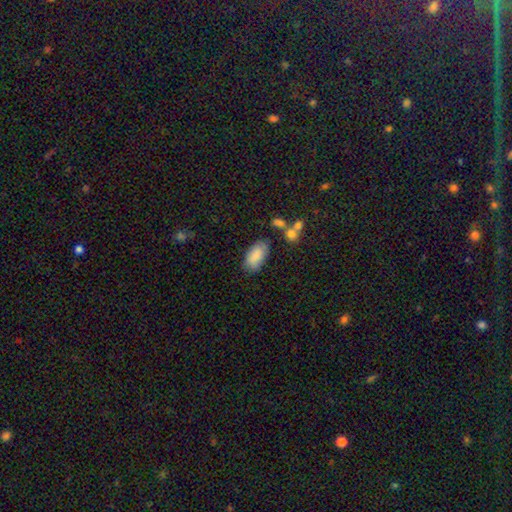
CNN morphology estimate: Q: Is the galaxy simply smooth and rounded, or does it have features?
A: smooth — 84%.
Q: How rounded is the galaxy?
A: in between — 93%.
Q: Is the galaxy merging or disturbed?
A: none — 71%.